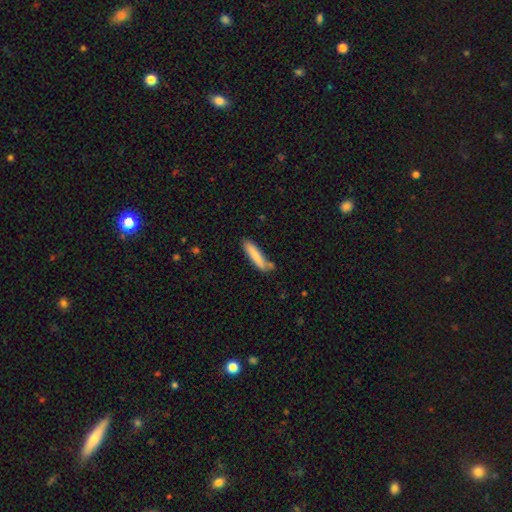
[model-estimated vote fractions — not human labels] Smooth or featured? smooth (82%)
How rounded? cigar-shaped (84%)
Merging? none (71%)